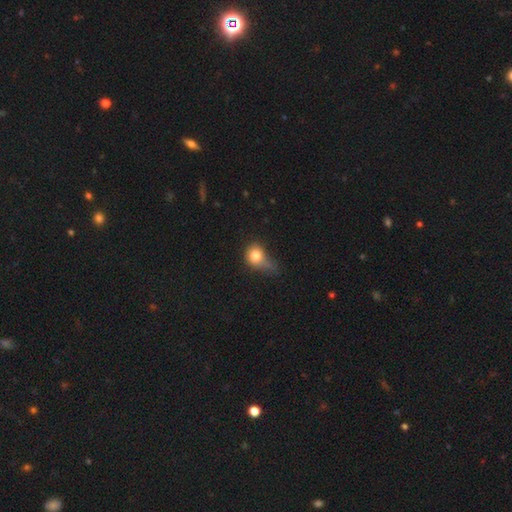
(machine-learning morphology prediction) A smooth galaxy with no disk features (78%) that is round (65%). Merging: minor disturbance (36%).